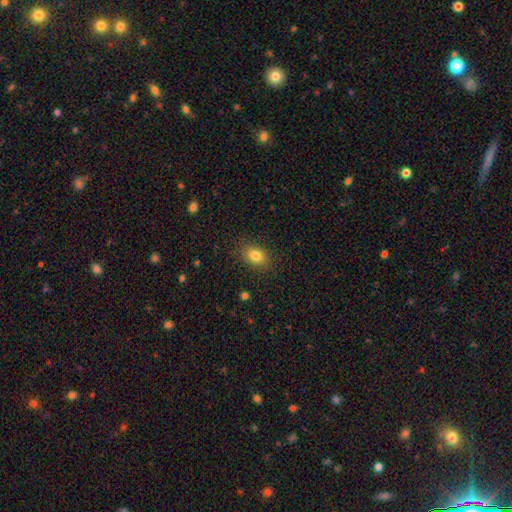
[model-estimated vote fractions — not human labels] smooth_or_featured: smooth (p=0.82) [alt: star or artifact p=0.11]
how_rounded: in between (p=0.69) [alt: round p=0.30]
merging: none (p=0.85) [alt: minor disturbance p=0.10]